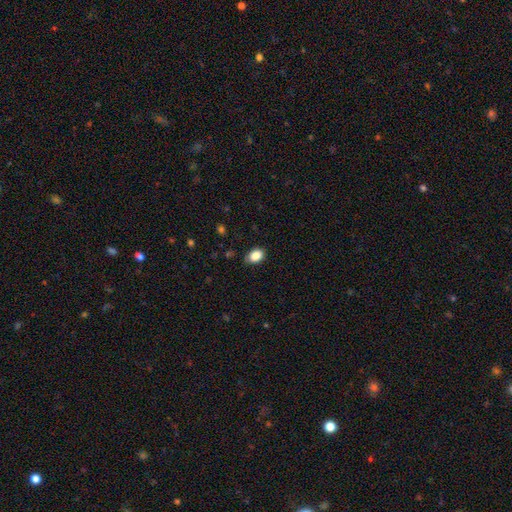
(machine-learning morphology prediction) smooth_or_featured: smooth (p=0.87) [alt: star or artifact p=0.08]
how_rounded: in between (p=0.77) [alt: round p=0.22]
merging: none (p=0.77) [alt: minor disturbance p=0.19]